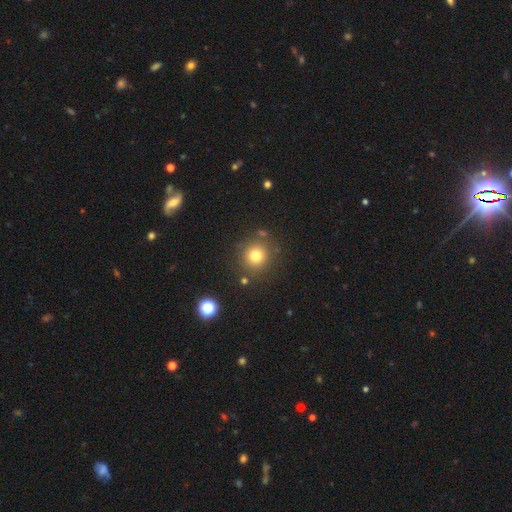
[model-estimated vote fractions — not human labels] This is likely a smooth galaxy (77%). How rounded: clearly round (91%). Merging: clearly none (82%).